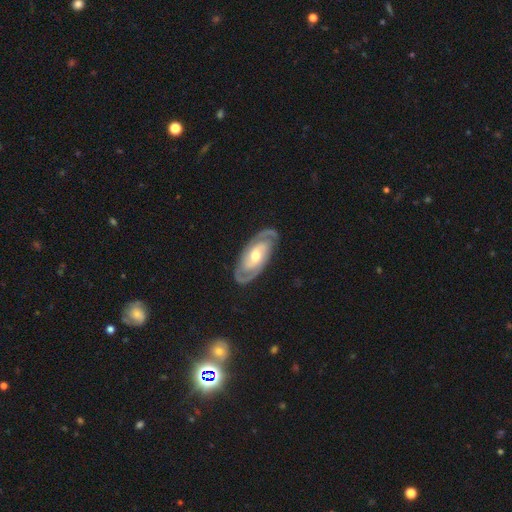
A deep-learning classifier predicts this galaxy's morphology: type=featured or disk (88%); edge-on=no (94%); bar=no (52%); spiral arms=yes (96%); winding=tight (63%); arm count=2 (88%); bulge=moderate (70%); merging=none (84%).